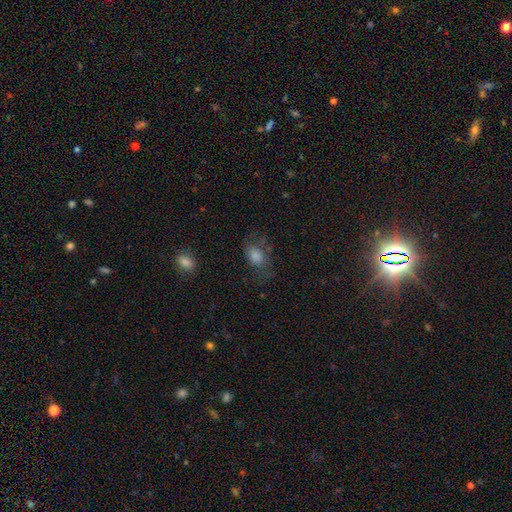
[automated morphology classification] Overall: smooth (60%; featured or disk 23%). How rounded: in between (73%). Merging: none (56%; minor disturbance 22%).